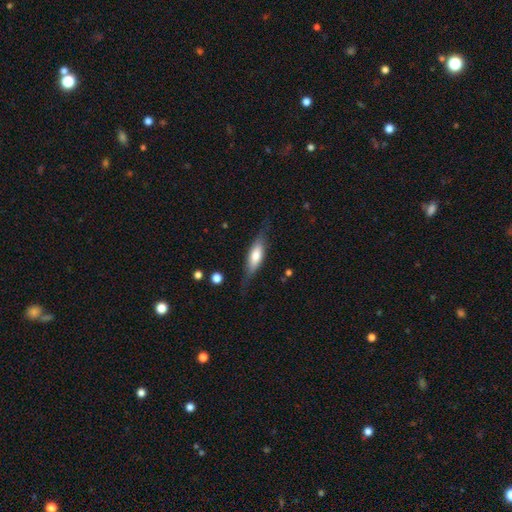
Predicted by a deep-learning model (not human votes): Overall: smooth (52%; featured or disk 42%). How rounded: cigar-shaped (51%; in between 47%). Merging: none (72%).